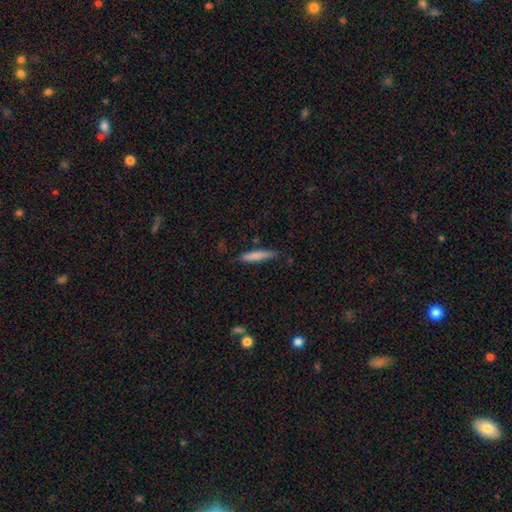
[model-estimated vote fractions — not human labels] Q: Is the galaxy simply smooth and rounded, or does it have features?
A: smooth — 78%.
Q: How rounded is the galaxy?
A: cigar-shaped — 90%.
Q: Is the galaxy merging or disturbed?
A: none — 76%.